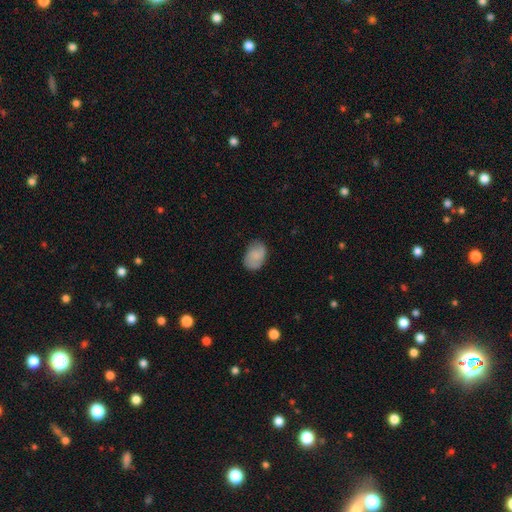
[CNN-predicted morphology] A smooth galaxy with no disk features (78%) that is in between round and cigar-shaped (83%). Merging: none (75%).